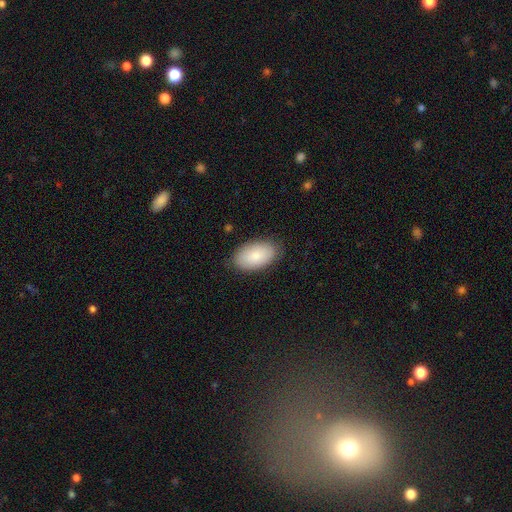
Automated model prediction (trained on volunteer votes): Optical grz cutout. It shows a smooth galaxy with no disk features (84%) that is in between round and cigar-shaped (95%). Merging: none (84%).